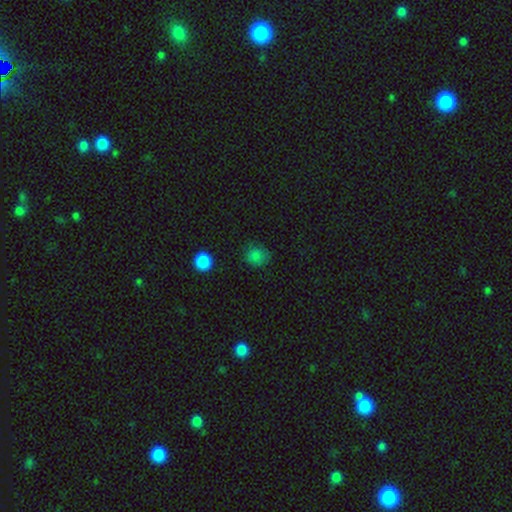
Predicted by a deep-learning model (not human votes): Q: Smooth or featured?
A: smooth (80%); runner-up: star or artifact (15%)
Q: How rounded?
A: round (81%); runner-up: in between (18%)
Q: Merging?
A: none (75%); runner-up: minor disturbance (18%)